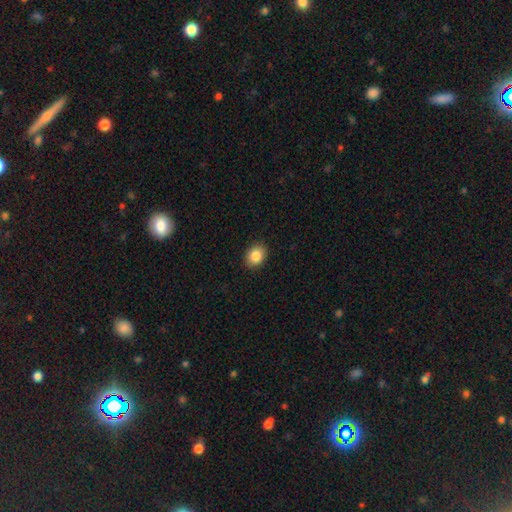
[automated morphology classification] type=smooth (87%); roundness=in between (56%); merging=none (89%).